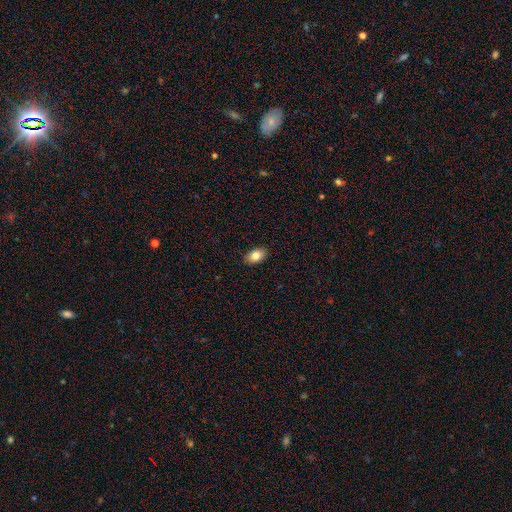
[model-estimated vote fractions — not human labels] Smooth or featured: smooth — 83% (featured or disk — 10%)
How rounded: in between — 89% (round — 10%)
Merging: none — 90% (minor disturbance — 8%)